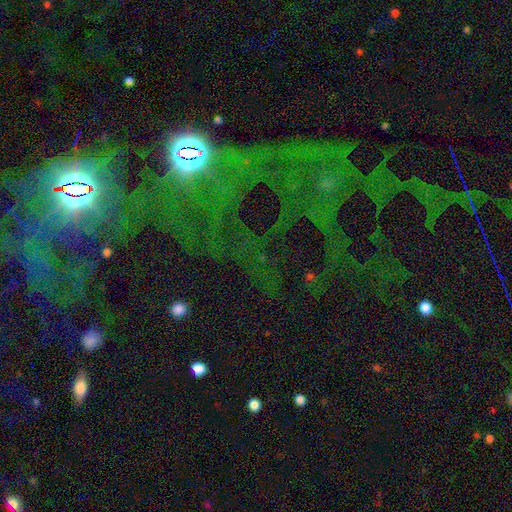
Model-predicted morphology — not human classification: Smooth or featured? Predicted: star or artifact (p=0.70).